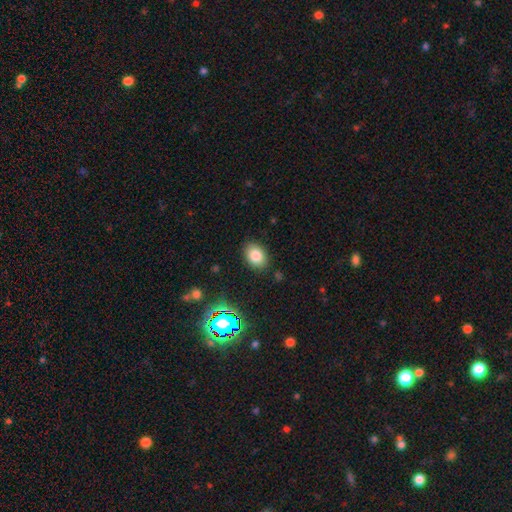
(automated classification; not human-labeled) A smooth galaxy with no disk features (81%) that is in between round and cigar-shaped (72%). Merging: none (86%).